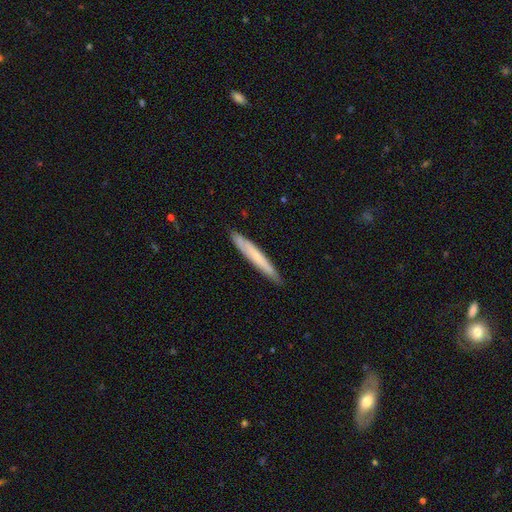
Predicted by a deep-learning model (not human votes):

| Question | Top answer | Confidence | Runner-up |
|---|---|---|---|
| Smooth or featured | smooth | 63% | featured or disk (31%) |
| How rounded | cigar-shaped | 96% | in between (3%) |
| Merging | none | 87% | minor disturbance (10%) |